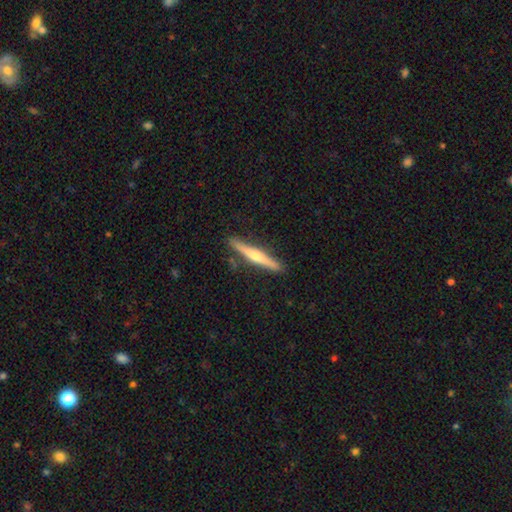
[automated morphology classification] Q: Smooth or featured?
A: featured or disk (65%); runner-up: smooth (30%)
Q: Edge-on disk?
A: yes (98%); runner-up: no (2%)
Q: Edge-on bulge?
A: rounded (87%); runner-up: none (9%)
Q: Merging?
A: none (89%); runner-up: minor disturbance (8%)